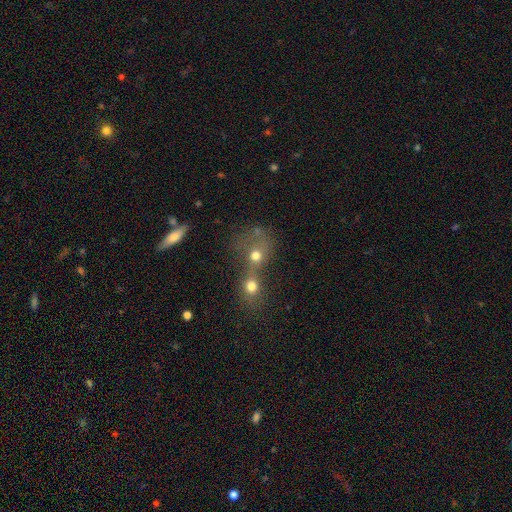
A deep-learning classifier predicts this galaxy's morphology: A smooth galaxy with no disk features (67%) that is round (77%). Merging: merger (69%).